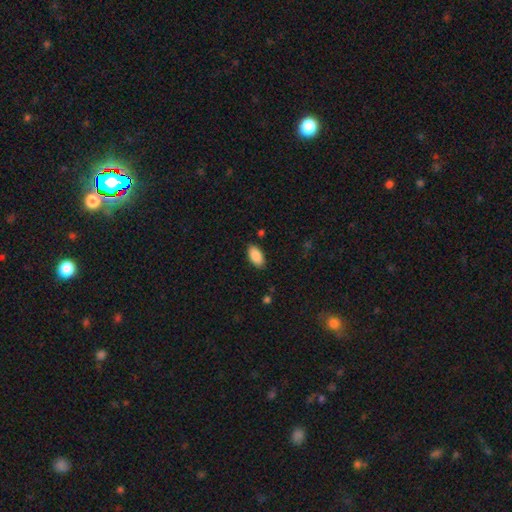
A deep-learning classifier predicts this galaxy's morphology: The model was most divided on "merging": none: 86%, minor disturbance: 10%, major disturbance: 2%, merger: 1%. More confident: how rounded — in between (94%); smooth or featured — smooth (89%).